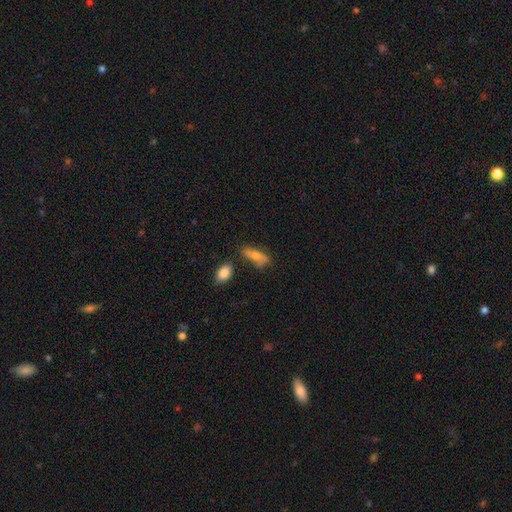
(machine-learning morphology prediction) Smooth or featured? Predicted: smooth (p=0.68). How rounded? Predicted: in between (p=0.63). Merging? Predicted: none (p=0.57).